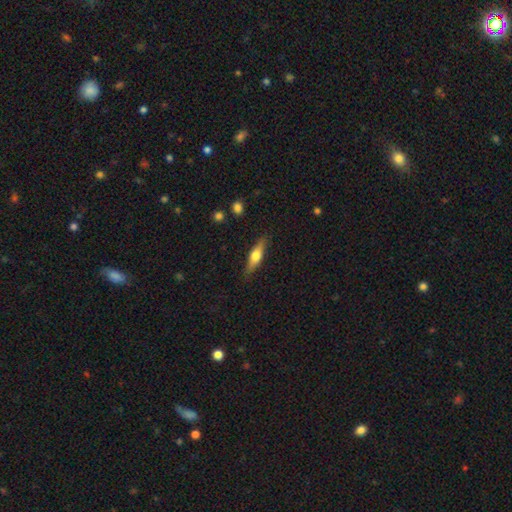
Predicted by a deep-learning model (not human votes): Smooth or featured? Predicted: featured or disk (p=0.48). Merging? Predicted: none (p=0.86).